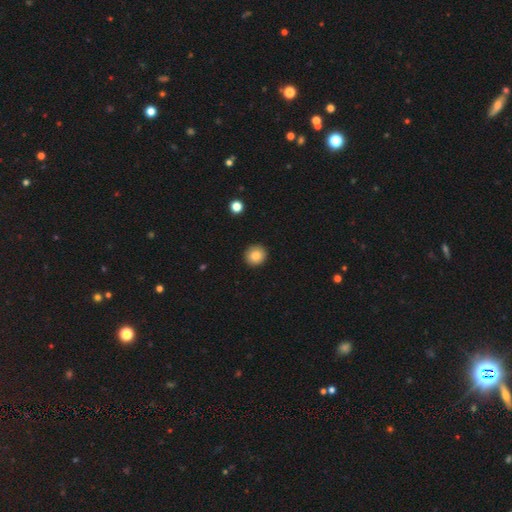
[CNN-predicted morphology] smooth_or_featured: smooth (p=0.86) [alt: star or artifact p=0.09]
how_rounded: round (p=0.87) [alt: in between p=0.12]
merging: none (p=0.91) [alt: minor disturbance p=0.06]